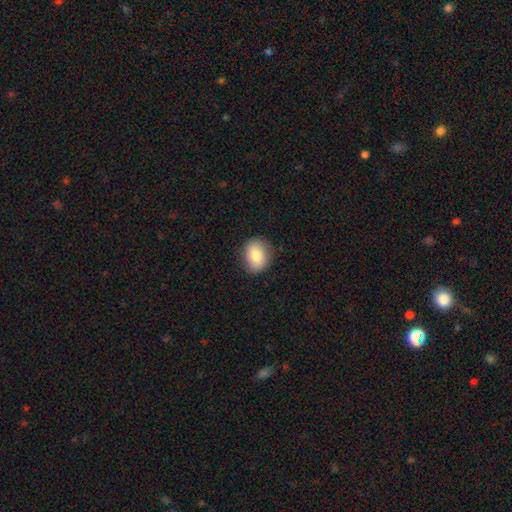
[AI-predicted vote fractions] A smooth galaxy with no disk features (76%) that is round (57%). Merging: none (84%).